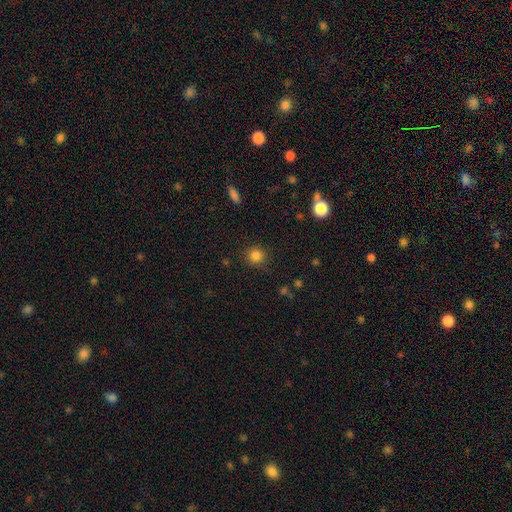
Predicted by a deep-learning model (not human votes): A smooth galaxy with no disk features (83%) that is round (91%). Merging: none (87%).